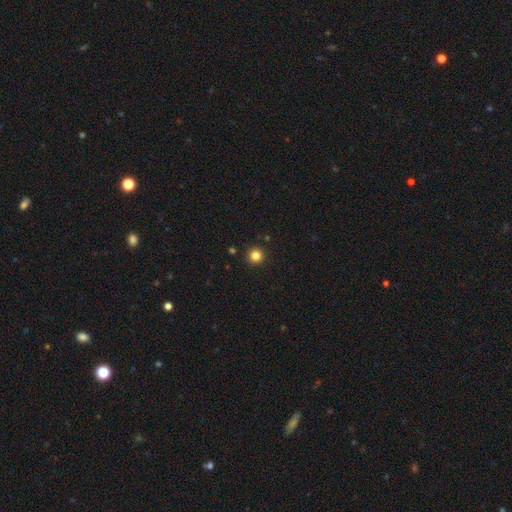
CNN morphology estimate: A smooth galaxy with no disk features (83%) that is round (96%).

Vote fractions:
- Smooth or featured? smooth: 83% / star or artifact: 13% / featured or disk: 4%
- How rounded? round: 96% / in between: 3% / cigar-shaped: 1%
- Merging? none: 93% / minor disturbance: 4% / major disturbance: 1% / merger: 1%